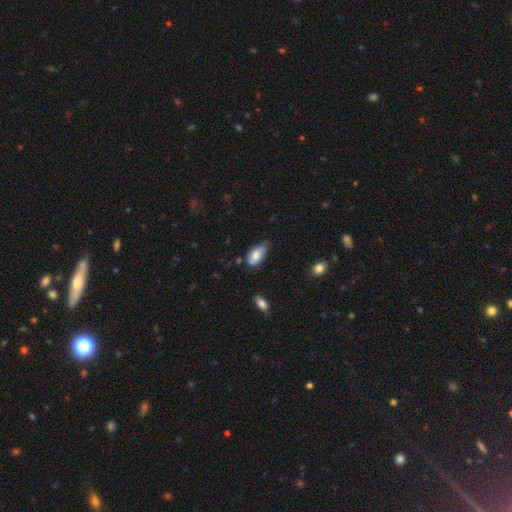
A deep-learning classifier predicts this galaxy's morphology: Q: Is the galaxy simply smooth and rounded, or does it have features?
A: smooth — 78%.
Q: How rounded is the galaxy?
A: in between — 92%.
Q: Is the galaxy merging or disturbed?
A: minor disturbance — 48%.